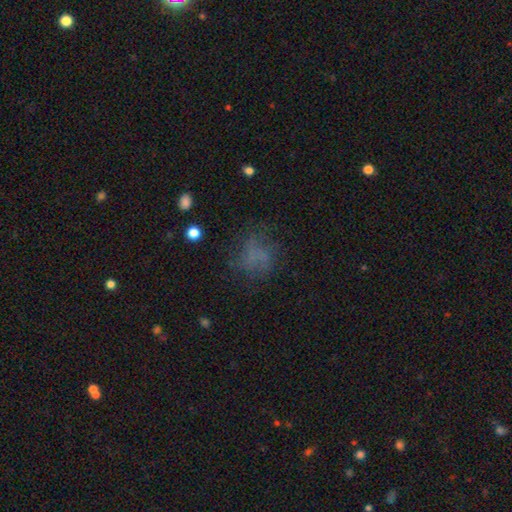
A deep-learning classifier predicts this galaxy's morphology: A smooth galaxy with no disk features (50%). Merging: none (59%).